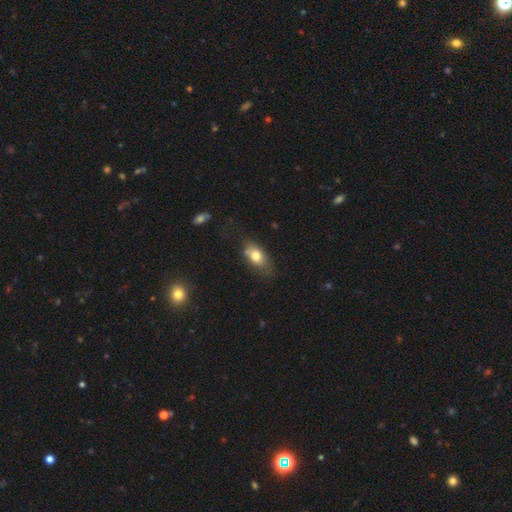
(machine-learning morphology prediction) smooth 75%, featured or disk 18%, star or artifact 8%. Down the decision tree: how rounded — in between (87%); merging — none (65%).